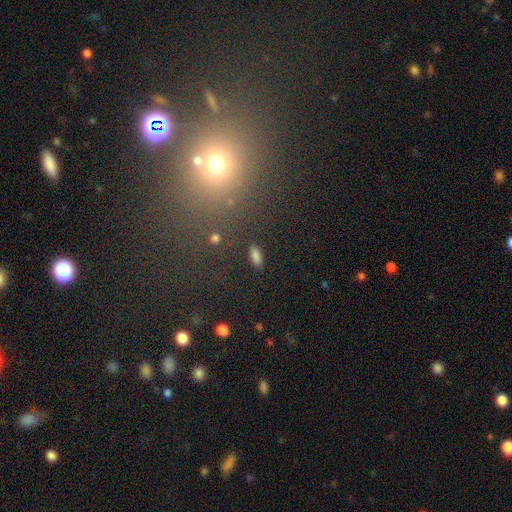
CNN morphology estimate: The model was most divided on "how rounded": in between: 73%, cigar-shaped: 22%, round: 4%. More confident: merging — none (88%); smooth or featured — smooth (81%).